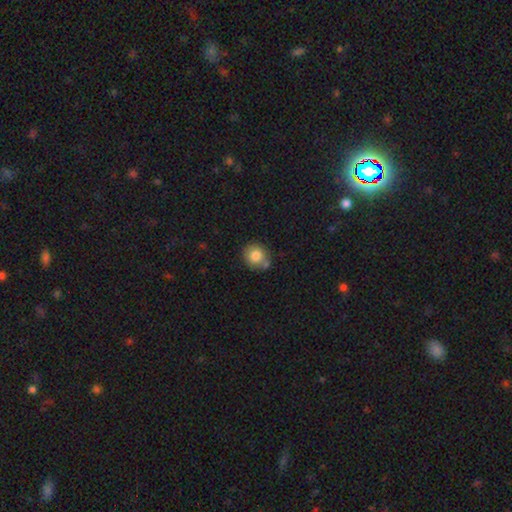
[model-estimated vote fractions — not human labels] smooth_or_featured: smooth (p=0.82) [alt: star or artifact p=0.09]
how_rounded: round (p=0.82) [alt: in between p=0.17]
merging: none (p=0.70) [alt: merger p=0.14]